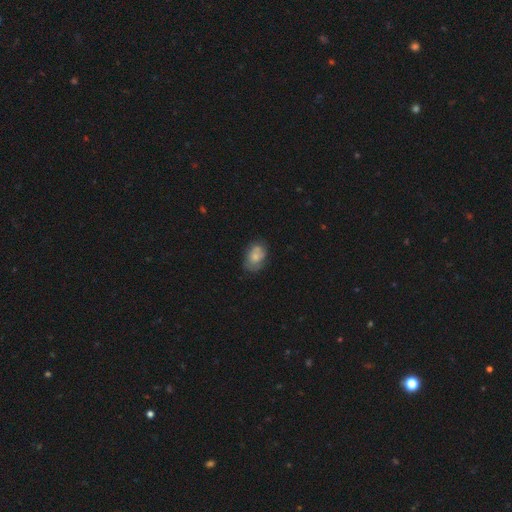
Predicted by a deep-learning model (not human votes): This is likely a smooth galaxy (67%). How rounded: clearly in between (81%). Merging: possibly none (56%).